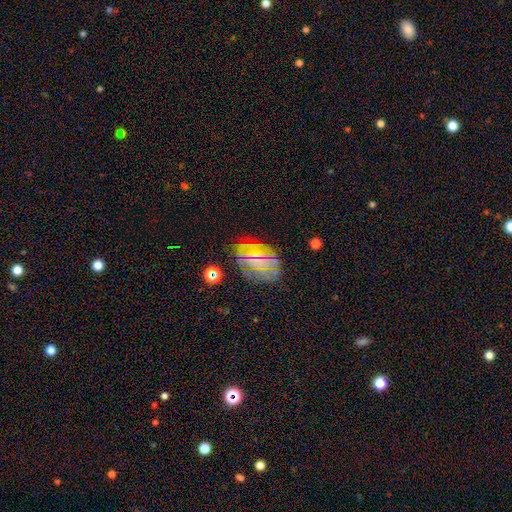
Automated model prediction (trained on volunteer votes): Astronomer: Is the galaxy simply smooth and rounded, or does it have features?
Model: featured or disk — 54%.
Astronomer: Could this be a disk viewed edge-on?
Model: no — 94%.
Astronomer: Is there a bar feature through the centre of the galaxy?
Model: no — 47% (runner-up: weak, 39%).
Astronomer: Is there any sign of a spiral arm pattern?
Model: yes — 73%.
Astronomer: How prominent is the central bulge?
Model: small — 52%.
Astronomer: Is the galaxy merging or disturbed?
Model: none — 74%.